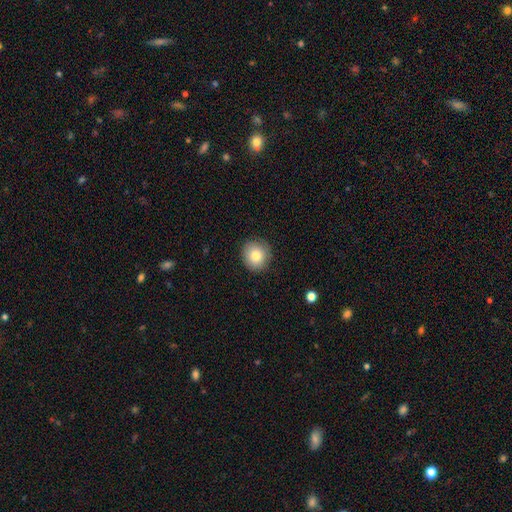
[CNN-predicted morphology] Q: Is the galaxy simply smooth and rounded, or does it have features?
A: smooth — 81%.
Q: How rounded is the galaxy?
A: round — 90%.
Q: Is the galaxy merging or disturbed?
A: none — 88%.